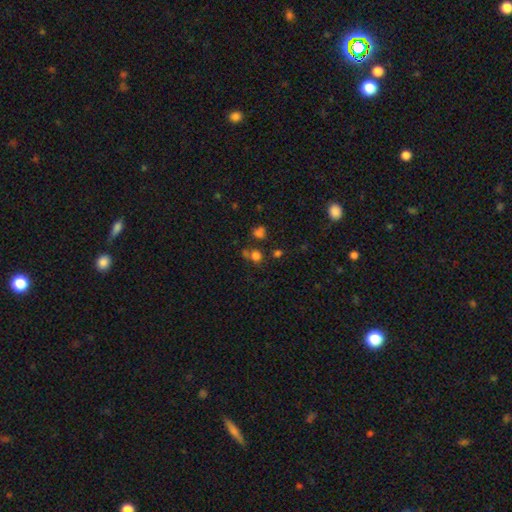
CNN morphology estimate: Smooth or featured? smooth (68%)
How rounded? round (83%)
Merging? none (63%)